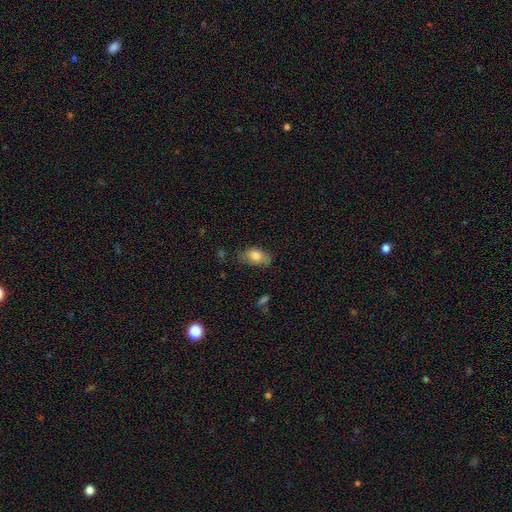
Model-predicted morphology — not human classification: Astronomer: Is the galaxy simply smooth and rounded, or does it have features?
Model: smooth — 78%.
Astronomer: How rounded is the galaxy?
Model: in between — 89%.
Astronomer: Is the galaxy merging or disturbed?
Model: none — 58%.